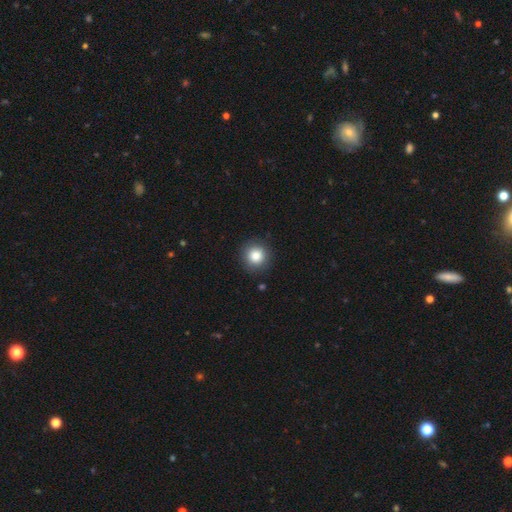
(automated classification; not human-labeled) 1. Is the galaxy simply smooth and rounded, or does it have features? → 84% smooth, 10% star or artifact, 6% featured or disk.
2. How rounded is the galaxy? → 92% round, 7% in between, 1% cigar-shaped.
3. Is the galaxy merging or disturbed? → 89% none, 7% minor disturbance, 2% major disturbance, 1% merger.